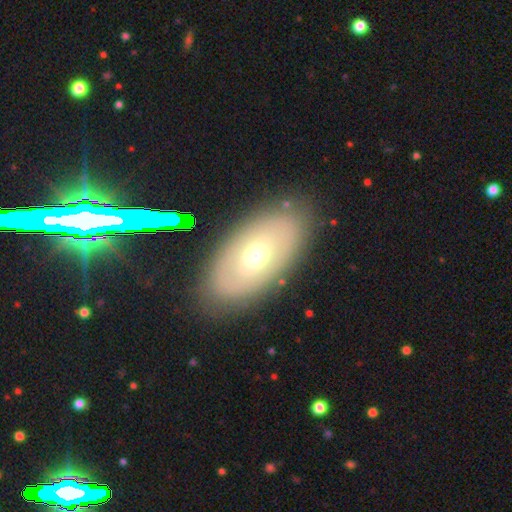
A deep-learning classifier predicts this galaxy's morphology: This is possibly a smooth galaxy (51%). How rounded: clearly in between (92%). Merging: clearly none (84%).